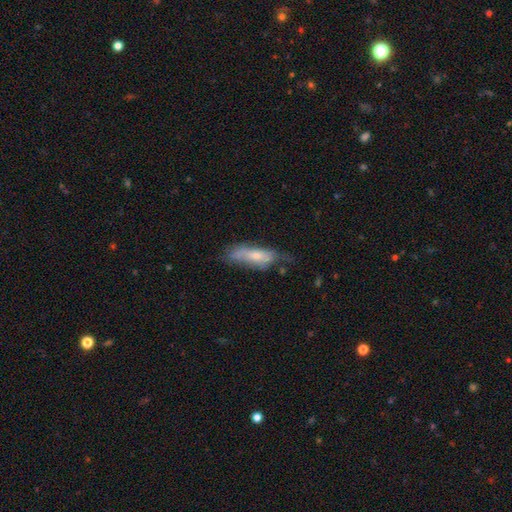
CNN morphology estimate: type=smooth (55%); roundness=in between (55%); merging=none (42%).